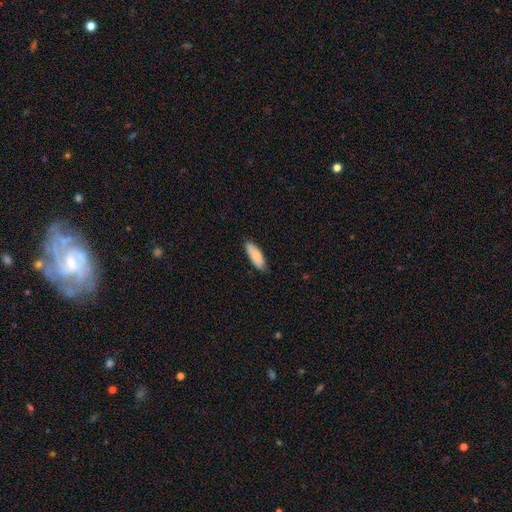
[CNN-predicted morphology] Q: Smooth or featured?
A: smooth (79%); runner-up: featured or disk (15%)
Q: How rounded?
A: in between (64%); runner-up: cigar-shaped (34%)
Q: Merging?
A: none (79%); runner-up: minor disturbance (18%)